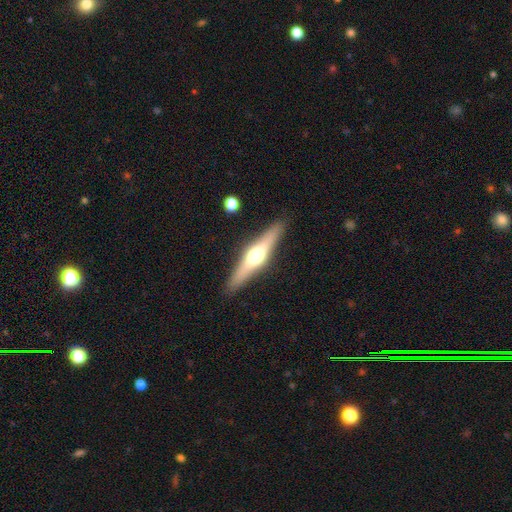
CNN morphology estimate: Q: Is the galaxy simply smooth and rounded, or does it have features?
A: featured or disk — 61%.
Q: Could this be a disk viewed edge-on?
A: yes — 94%.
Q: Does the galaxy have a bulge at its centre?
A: rounded — 92%.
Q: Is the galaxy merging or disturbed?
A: none — 89%.